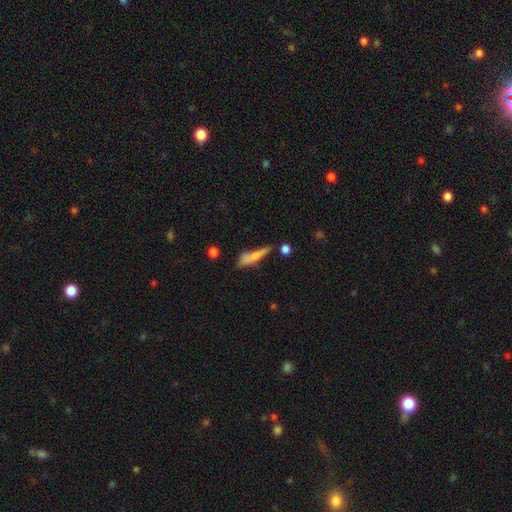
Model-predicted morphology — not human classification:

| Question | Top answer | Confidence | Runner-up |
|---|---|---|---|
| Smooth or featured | smooth | 67% | featured or disk (25%) |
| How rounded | cigar-shaped | 79% | in between (18%) |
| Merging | none | 49% | minor disturbance (29%) |